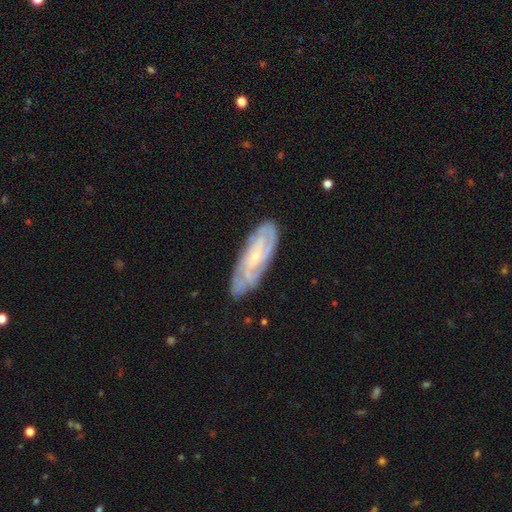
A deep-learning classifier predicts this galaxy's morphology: A featured or disk galaxy (81%) with no bar (63%), tight (67%) spiral arms (95%) and a small central bulge (78%). Merging: none (81%).